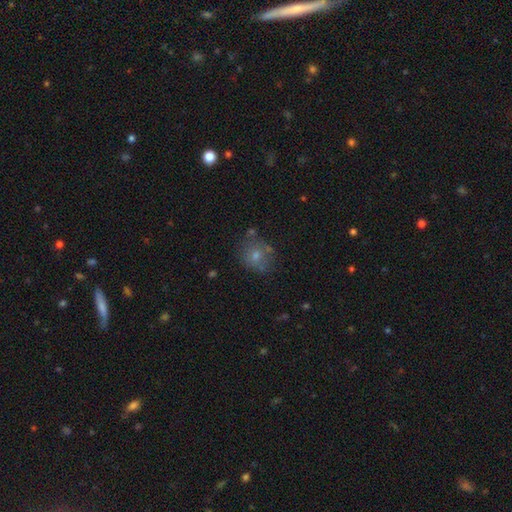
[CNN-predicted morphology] smooth-or-featured: smooth: 63% | star or artifact: 20% | featured or disk: 18%
  how-rounded: round: 78% | in between: 21% | cigar-shaped: 1%
  merging: none: 72% | minor disturbance: 16% | major disturbance: 6% | merger: 5%